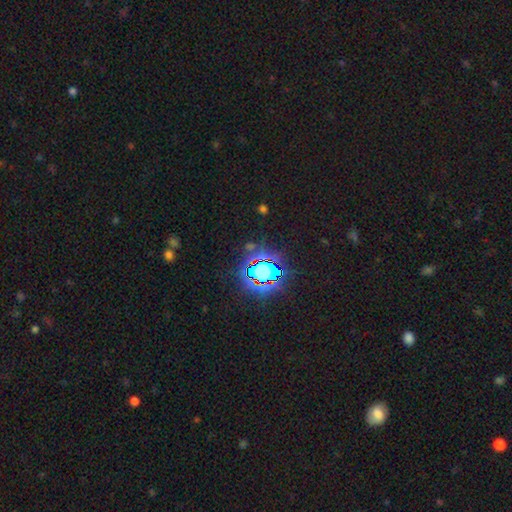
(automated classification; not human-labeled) This is clearly a star or artifact rather than a galaxy (82%).